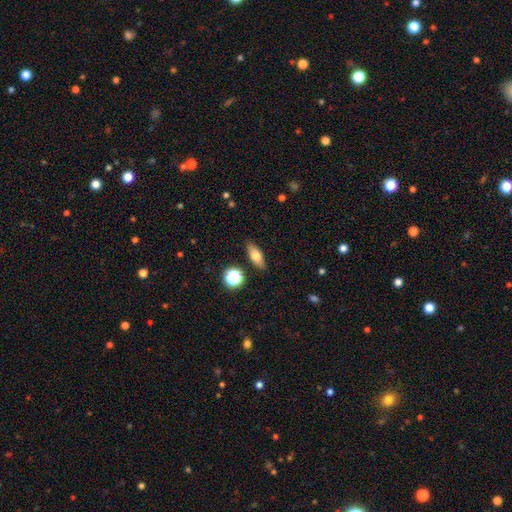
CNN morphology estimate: type=smooth (65%); roundness=in between (66%); merging=none (86%).